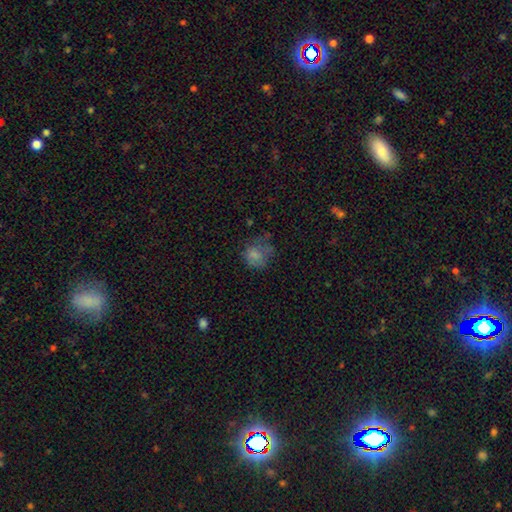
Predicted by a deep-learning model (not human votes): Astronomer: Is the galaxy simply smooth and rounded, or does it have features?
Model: smooth — 72%.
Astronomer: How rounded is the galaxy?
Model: round — 69%.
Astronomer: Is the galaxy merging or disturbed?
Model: none — 44% (runner-up: minor disturbance, 28%).